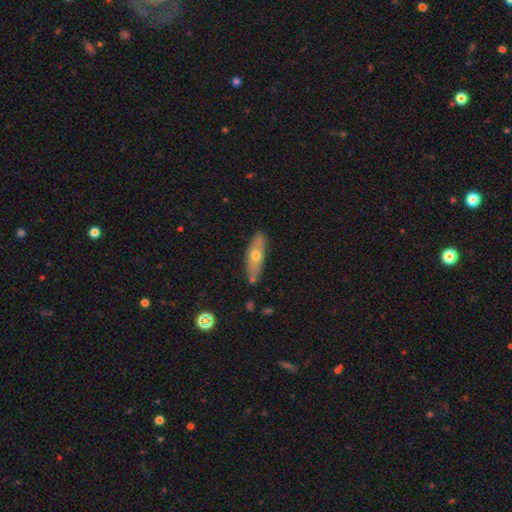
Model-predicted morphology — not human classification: Q: Smooth or featured?
A: smooth (55%); runner-up: featured or disk (39%)
Q: How rounded?
A: cigar-shaped (52%); runner-up: in between (45%)
Q: Merging?
A: none (79%); runner-up: minor disturbance (15%)